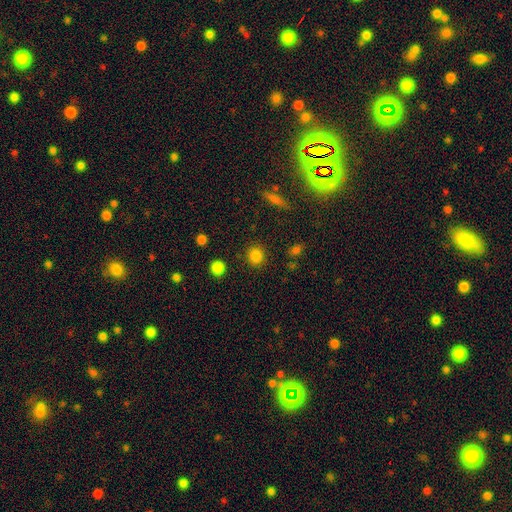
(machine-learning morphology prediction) A smooth galaxy with no disk features (84%) that is round (86%).

Vote fractions:
- Smooth or featured? smooth: 84% / star or artifact: 12% / featured or disk: 4%
- How rounded? round: 86% / in between: 13% / cigar-shaped: 1%
- Merging? none: 89% / minor disturbance: 6% / major disturbance: 3% / merger: 2%